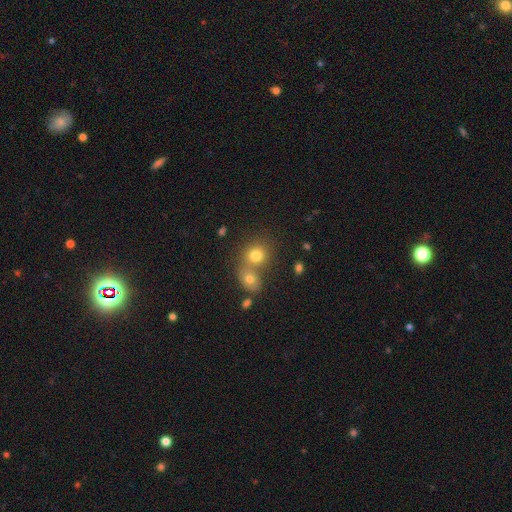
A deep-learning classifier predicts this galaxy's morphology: This appears to be a smooth galaxy with no disk features (76%) that is round (75%). Merging: merger (47%).